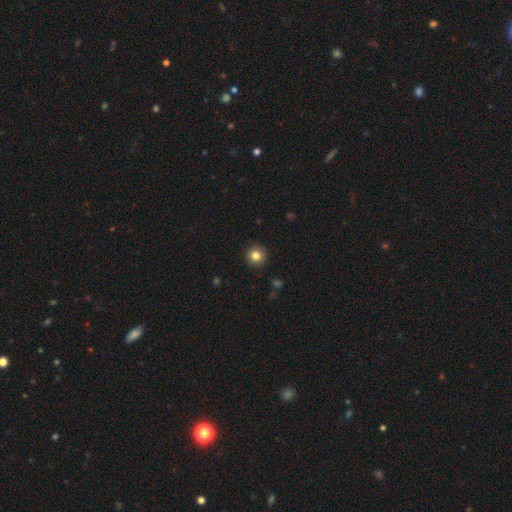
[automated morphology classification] Smooth or featured: smooth — 83% (star or artifact — 11%)
How rounded: round — 95% (in between — 4%)
Merging: none — 93% (minor disturbance — 5%)